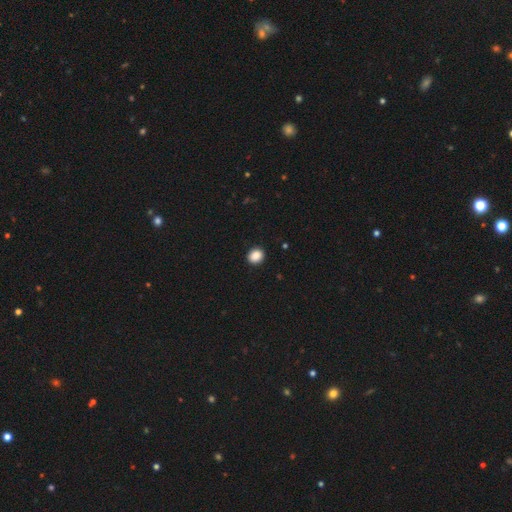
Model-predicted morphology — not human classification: smooth_or_featured: smooth (p=0.89) [alt: star or artifact p=0.09]
how_rounded: round (p=0.65) [alt: in between p=0.34]
merging: none (p=0.92) [alt: minor disturbance p=0.06]